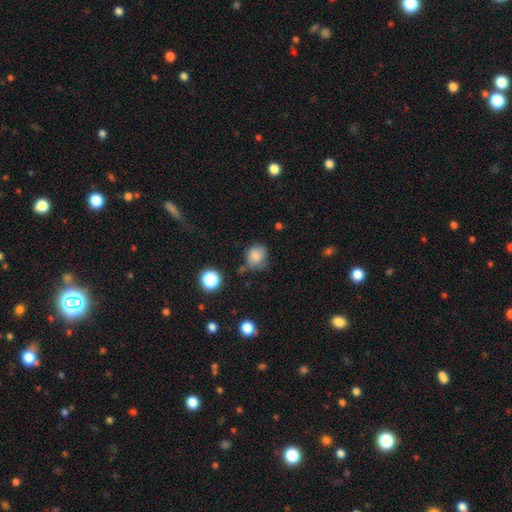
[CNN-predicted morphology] This appears to be a smooth galaxy with no disk features (79%) that is round (73%). Merging: none (59%).